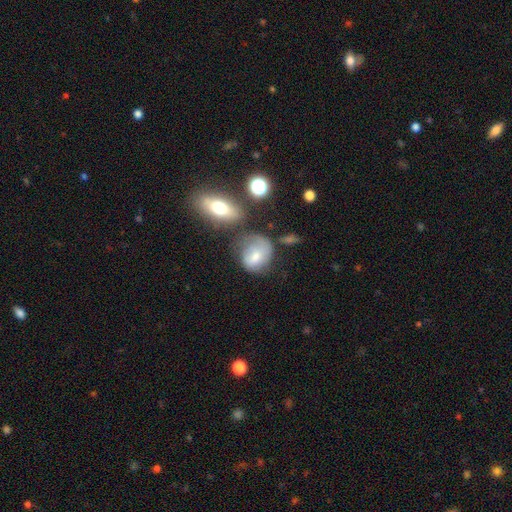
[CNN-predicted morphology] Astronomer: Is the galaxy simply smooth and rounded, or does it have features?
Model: smooth — 62%.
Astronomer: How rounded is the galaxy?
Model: round — 58% (runner-up: in between, 40%).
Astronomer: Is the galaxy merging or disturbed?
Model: none — 38% (runner-up: minor disturbance, 27%).